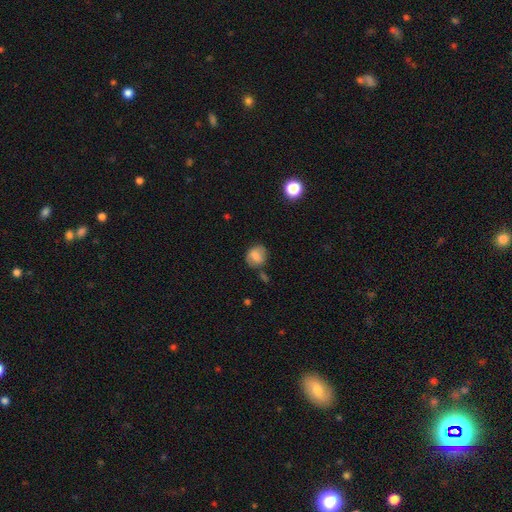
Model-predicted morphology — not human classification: This is likely a smooth galaxy (73%). How rounded: likely round (62%). Merging: likely none (63%).